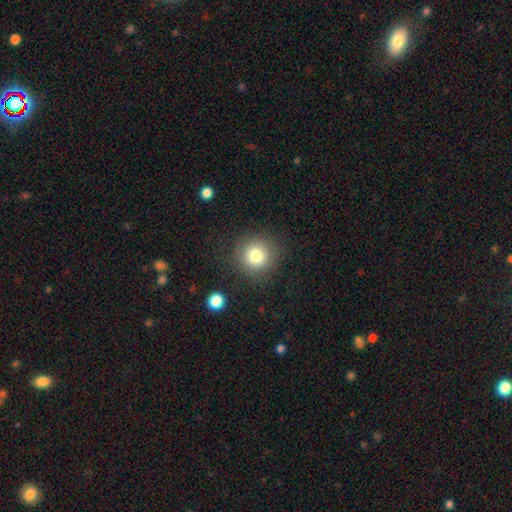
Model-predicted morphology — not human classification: Smooth or featured? Predicted: smooth (p=0.80). How rounded? Predicted: round (p=0.93). Merging? Predicted: none (p=0.86).